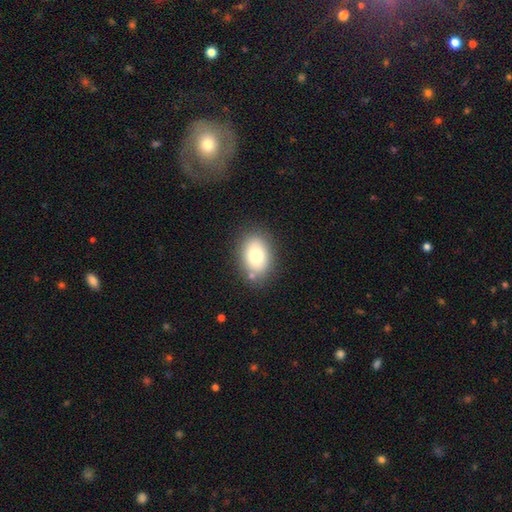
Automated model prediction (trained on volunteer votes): smooth_or_featured: smooth (p=0.75) [alt: featured or disk p=0.16]
how_rounded: in between (p=0.79) [alt: round p=0.20]
merging: none (p=0.76) [alt: minor disturbance p=0.14]